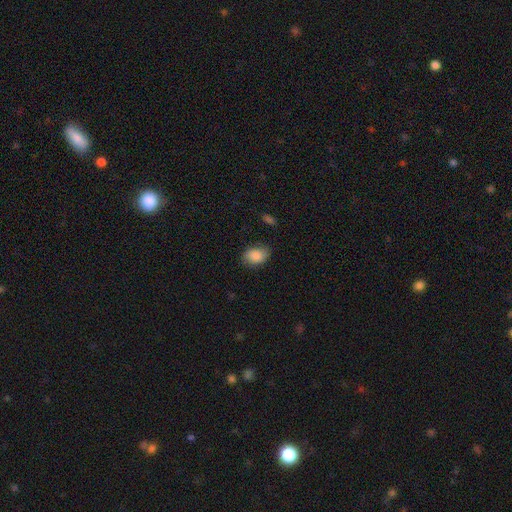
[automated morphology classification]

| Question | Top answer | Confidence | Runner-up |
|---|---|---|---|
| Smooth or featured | smooth | 84% | featured or disk (8%) |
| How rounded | in between | 76% | round (23%) |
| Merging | none | 74% | minor disturbance (20%) |